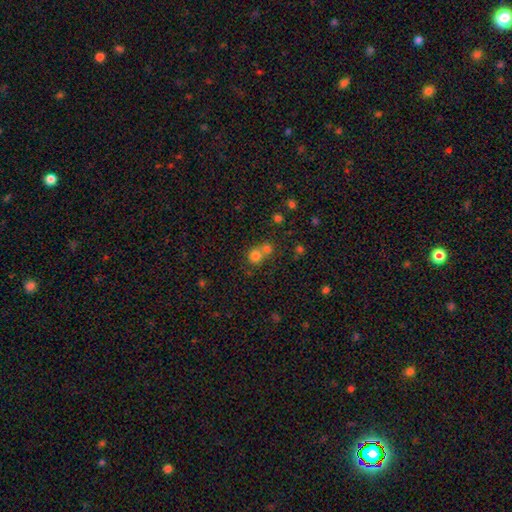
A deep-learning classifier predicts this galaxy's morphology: The model was most divided on "merging": merger: 47%, none: 45%, minor disturbance: 6%, major disturbance: 2%. More confident: how rounded — round (88%); smooth or featured — smooth (76%).